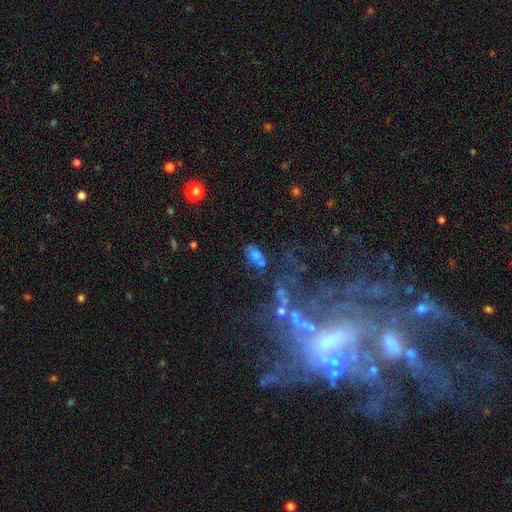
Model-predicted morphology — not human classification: Smooth or featured? Predicted: smooth (p=0.58). How rounded? Predicted: in between (p=0.84). Merging? Predicted: none (p=0.42).